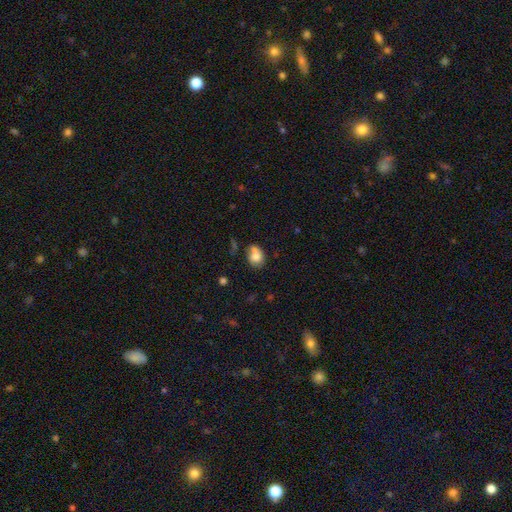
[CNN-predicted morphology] This appears to be a smooth galaxy with no disk features (73%) that is in between round and cigar-shaped (61%). Merging: none (40%).